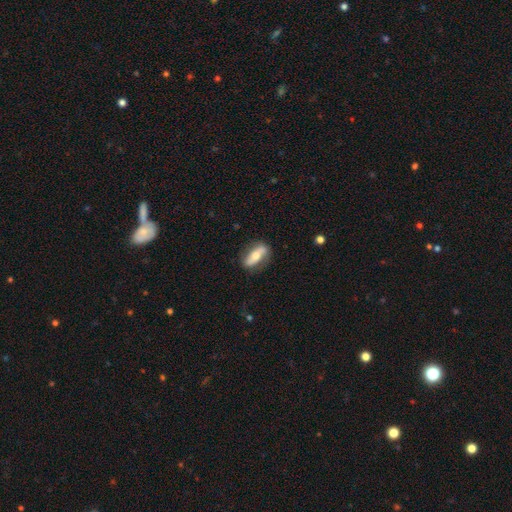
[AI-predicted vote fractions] Smooth or featured? Predicted: smooth (p=0.48). Merging? Predicted: none (p=0.80).